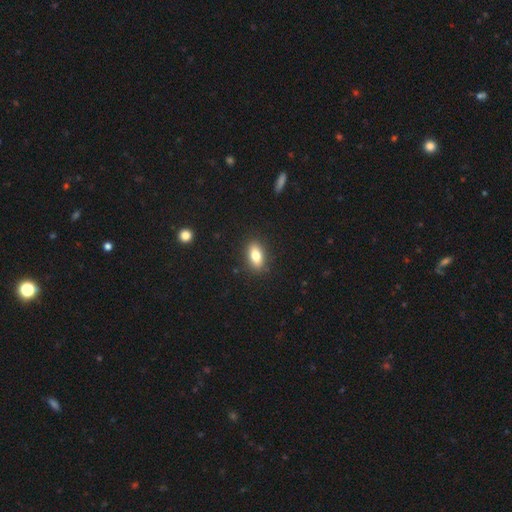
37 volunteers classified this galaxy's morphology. Smooth or featured? smooth (86%)
How rounded? in between (81%)
Merging? none (89%)